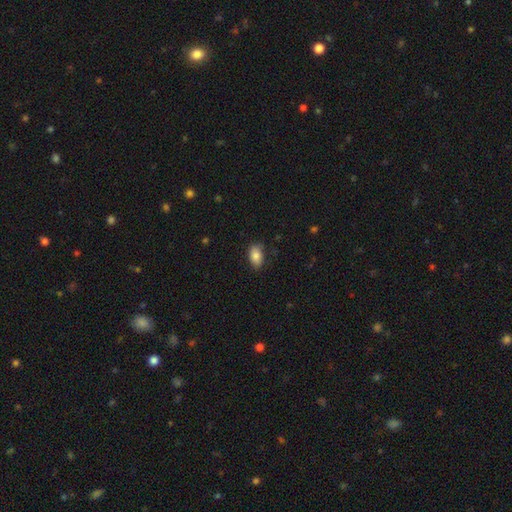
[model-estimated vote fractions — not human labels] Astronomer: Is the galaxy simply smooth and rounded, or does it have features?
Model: smooth — 84%.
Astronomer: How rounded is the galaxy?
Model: in between — 91%.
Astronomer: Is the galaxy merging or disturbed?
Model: none — 78%.